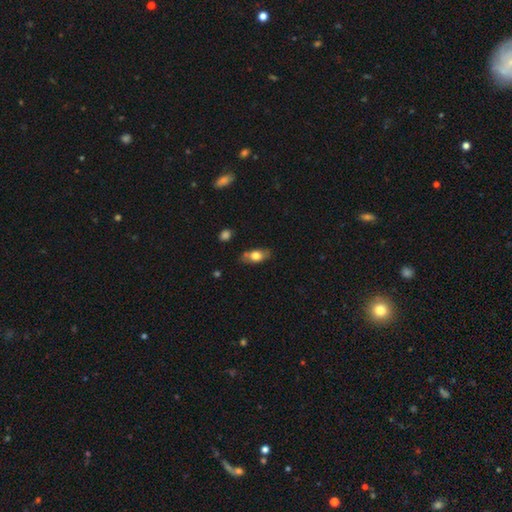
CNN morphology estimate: type=smooth (70%); roundness=in between (81%); merging=none (72%).